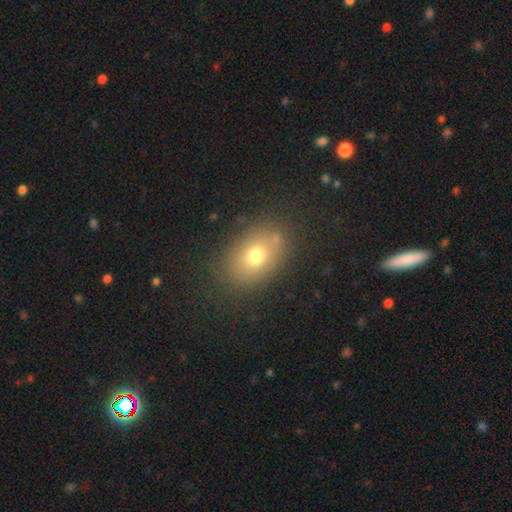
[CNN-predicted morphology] A smooth galaxy with no disk features (71%) that is in between round and cigar-shaped (75%).

Vote fractions:
- Smooth or featured? smooth: 71% / featured or disk: 16% / star or artifact: 14%
- How rounded? in between: 75% / round: 24% / cigar-shaped: 1%
- Merging? none: 79% / minor disturbance: 12% / major disturbance: 5% / merger: 4%